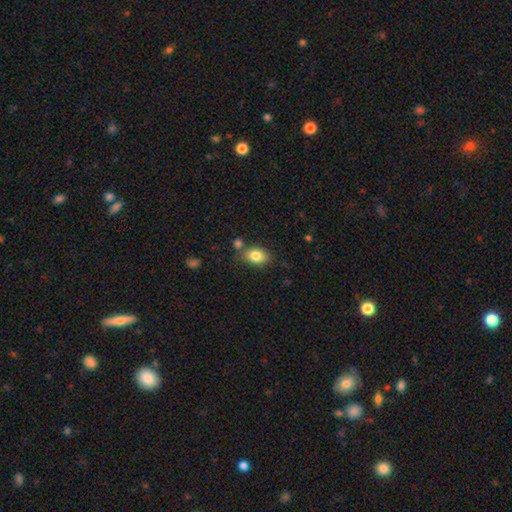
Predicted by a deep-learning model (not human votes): A smooth galaxy with no disk features (83%) that is in between round and cigar-shaped (80%). Merging: none (72%).